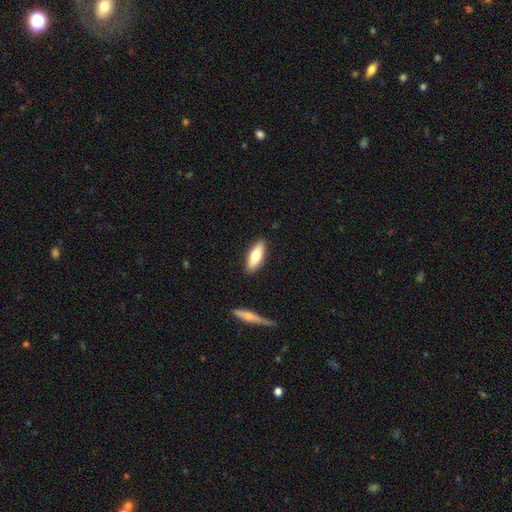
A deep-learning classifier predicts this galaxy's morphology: A smooth galaxy with no disk features (67%) that is in between round and cigar-shaped (63%).

Vote fractions:
- Smooth or featured? smooth: 67% / featured or disk: 27% / star or artifact: 6%
- How rounded? in between: 63% / cigar-shaped: 35% / round: 2%
- Merging? none: 87% / minor disturbance: 9% / merger: 2% / major disturbance: 2%